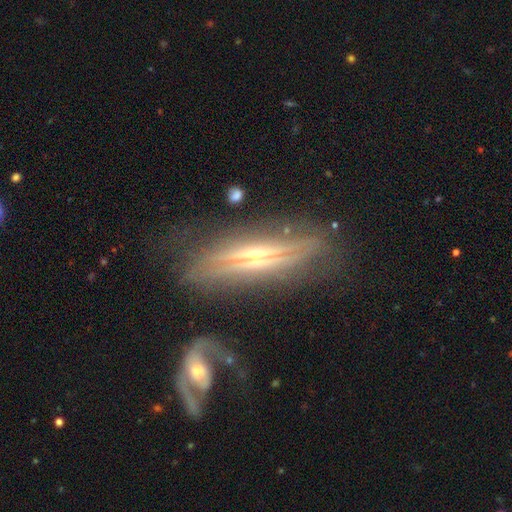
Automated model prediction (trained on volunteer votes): Overall: featured or disk (82%). Edge-on disk: yes (78%). Edge-on bulge: rounded (80%). Merging: none (64%).